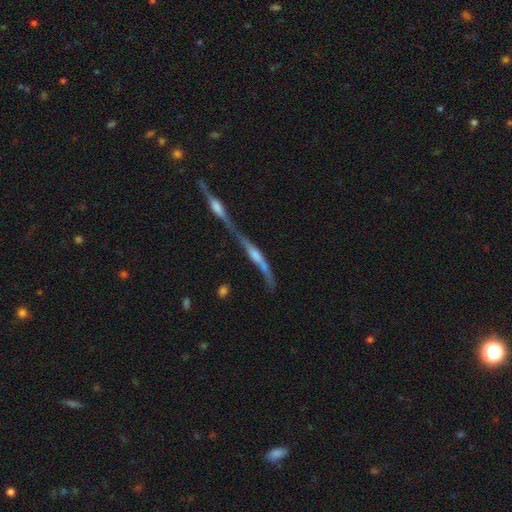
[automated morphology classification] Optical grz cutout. It shows a featured or disk galaxy (72%) viewed edge-on (85%) with a rounded central bulge (74%). Merging: merger (43%).